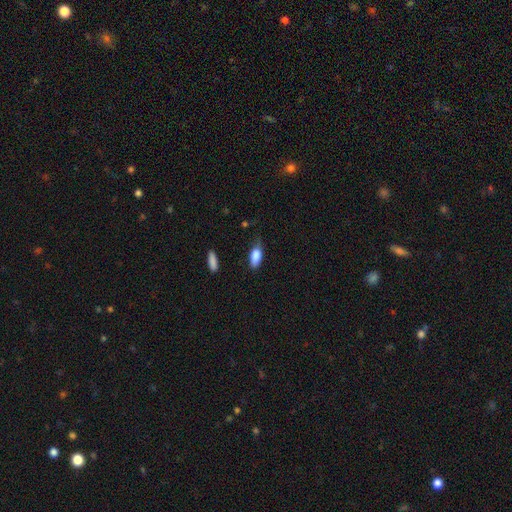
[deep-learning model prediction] The model was most divided on "merging": none: 55%, minor disturbance: 34%, major disturbance: 9%, merger: 2%. More confident: smooth or featured — smooth (85%); how rounded — in between (85%).